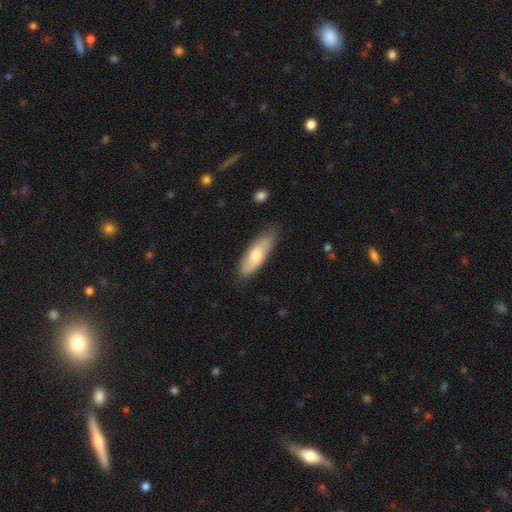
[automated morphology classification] smooth_or_featured: smooth (p=0.72) [alt: featured or disk p=0.23]
how_rounded: in between (p=0.57) [alt: cigar-shaped p=0.41]
merging: none (p=0.76) [alt: minor disturbance p=0.19]